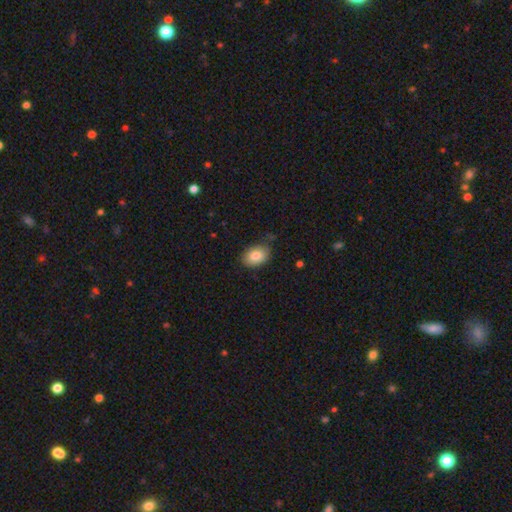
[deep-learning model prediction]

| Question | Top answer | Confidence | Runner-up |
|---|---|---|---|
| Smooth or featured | smooth | 82% | featured or disk (11%) |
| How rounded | in between | 83% | round (16%) |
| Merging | none | 76% | minor disturbance (19%) |